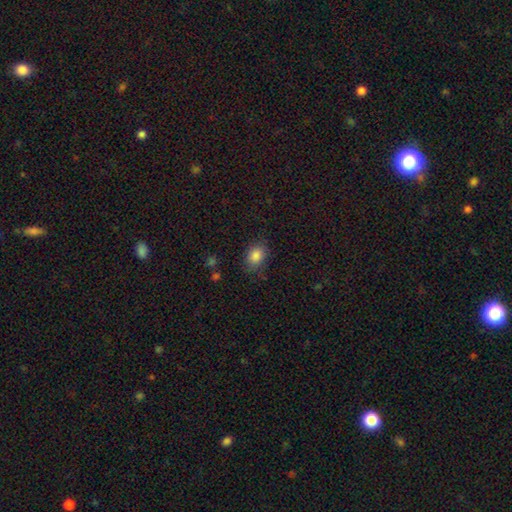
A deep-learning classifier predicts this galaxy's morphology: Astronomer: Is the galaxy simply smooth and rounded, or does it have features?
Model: smooth — 85%.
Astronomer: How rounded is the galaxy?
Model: in between — 66%.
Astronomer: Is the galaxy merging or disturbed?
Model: none — 78%.